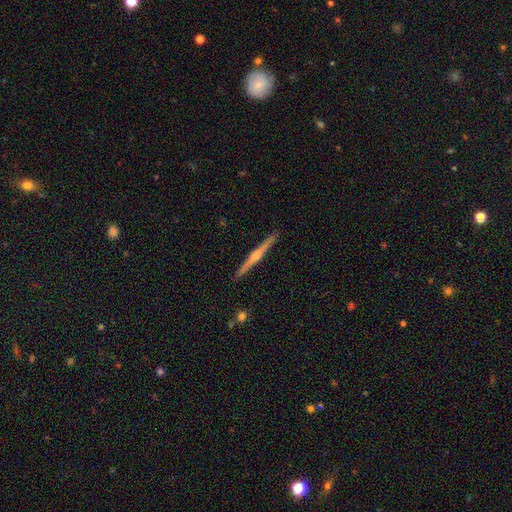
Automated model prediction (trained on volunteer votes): featured or disk 77%, smooth 18%, star or artifact 5%. Down the decision tree: edge-on disk — yes (99%); edge-on bulge — rounded (83%); merging — none (93%).